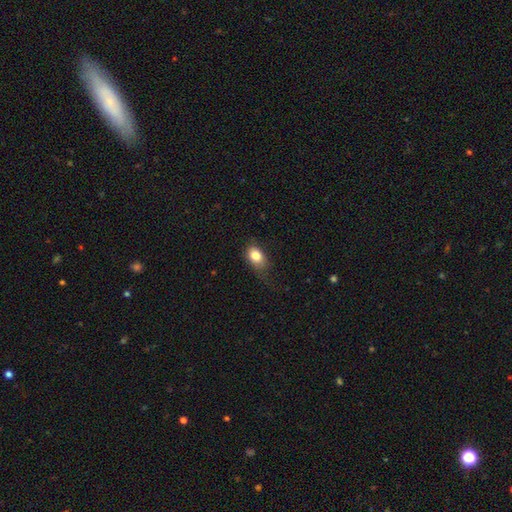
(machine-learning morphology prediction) Smooth or featured? smooth (83%)
How rounded? in between (77%)
Merging? none (57%)